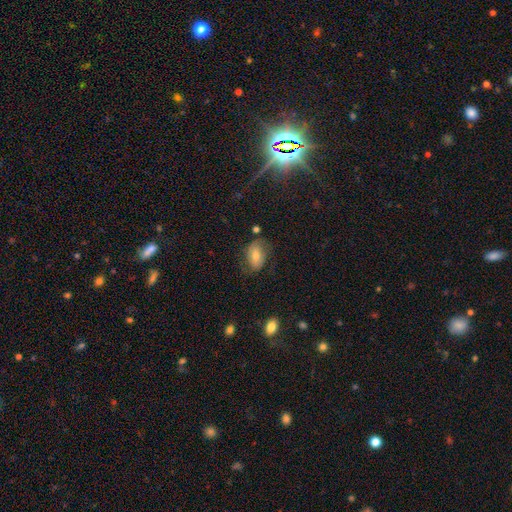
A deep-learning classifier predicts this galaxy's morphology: This is likely a smooth galaxy (68%). How rounded: clearly in between (88%). Merging: likely none (60%).